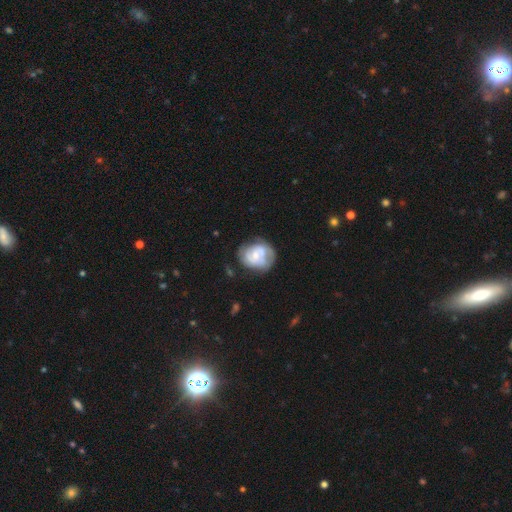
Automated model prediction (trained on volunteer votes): Morphology: type=featured or disk (62%); edge-on=no (97%); bar=no (58%); spiral arms=yes (75%); bulge=small (51%); merging=none (58%).